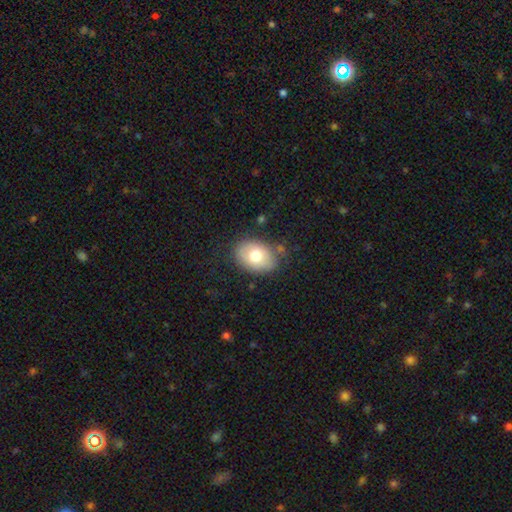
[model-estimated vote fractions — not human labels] Q: Smooth or featured?
A: smooth (75%); runner-up: featured or disk (18%)
Q: How rounded?
A: in between (78%); runner-up: round (21%)
Q: Merging?
A: none (79%); runner-up: minor disturbance (15%)